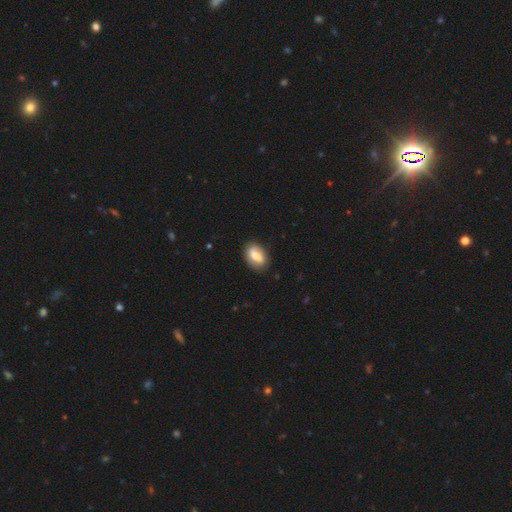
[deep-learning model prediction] Smooth or featured: smooth — 61% (featured or disk — 32%)
How rounded: in between — 85% (round — 12%)
Merging: none — 84% (minor disturbance — 12%)